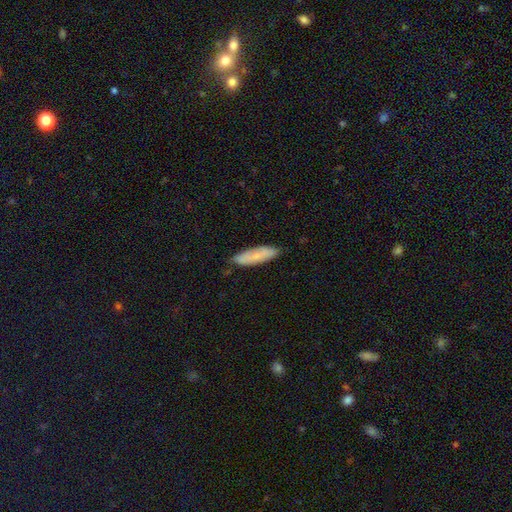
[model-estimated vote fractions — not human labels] Q: Smooth or featured?
A: smooth (69%); runner-up: featured or disk (25%)
Q: How rounded?
A: cigar-shaped (62%); runner-up: in between (37%)
Q: Merging?
A: none (83%); runner-up: minor disturbance (14%)